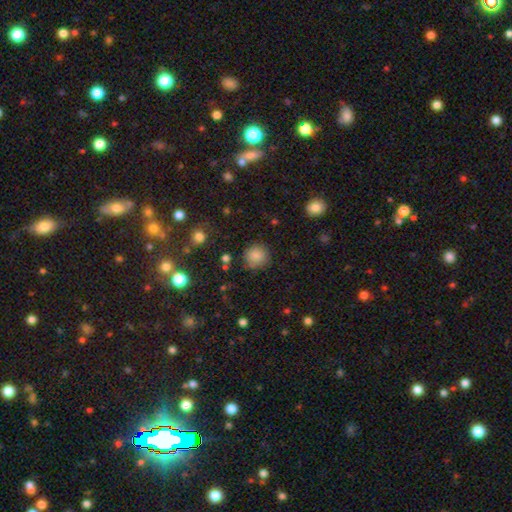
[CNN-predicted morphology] Smooth or featured? Predicted: smooth (p=0.85). How rounded? Predicted: round (p=0.91). Merging? Predicted: none (p=0.83).